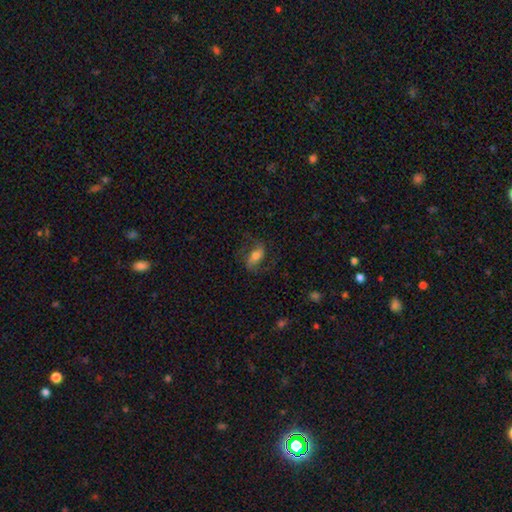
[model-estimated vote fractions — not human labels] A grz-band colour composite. It shows a featured or disk galaxy (51%). Merging: none (66%).